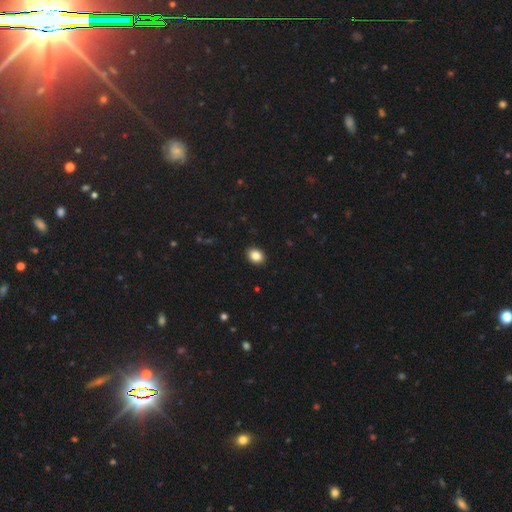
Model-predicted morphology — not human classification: type=smooth (87%); roundness=in between (56%); merging=none (91%).